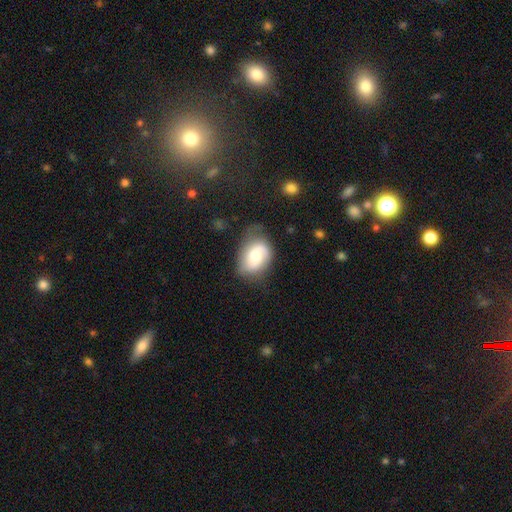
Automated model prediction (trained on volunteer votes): This is possibly a smooth galaxy (52%). How rounded: likely in between (78%). Merging: possibly none (51%).